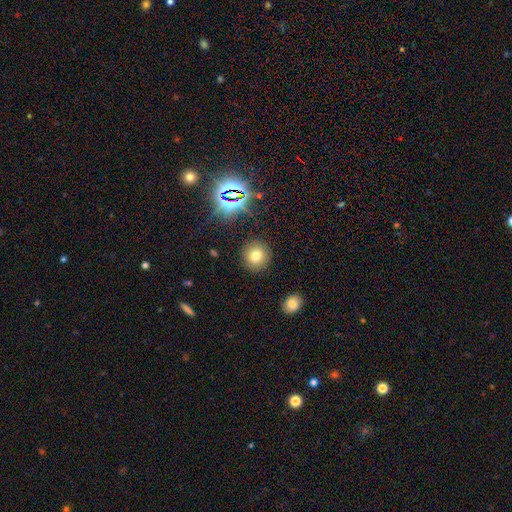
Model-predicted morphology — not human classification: A smooth galaxy with no disk features (72%) that is round (89%).

Vote fractions:
- Smooth or featured? smooth: 72% / star or artifact: 17% / featured or disk: 11%
- How rounded? round: 89% / in between: 10% / cigar-shaped: 1%
- Merging? none: 89% / minor disturbance: 7% / major disturbance: 3% / merger: 2%